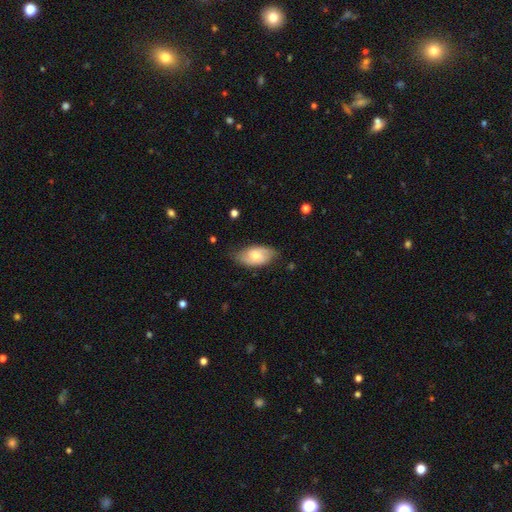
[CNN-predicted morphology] smooth-or-featured: smooth: 56% | featured or disk: 38% | star or artifact: 6%
  how-rounded: in between: 93% | round: 5% | cigar-shaped: 3%
  merging: none: 72% | minor disturbance: 22% | major disturbance: 4% | merger: 1%